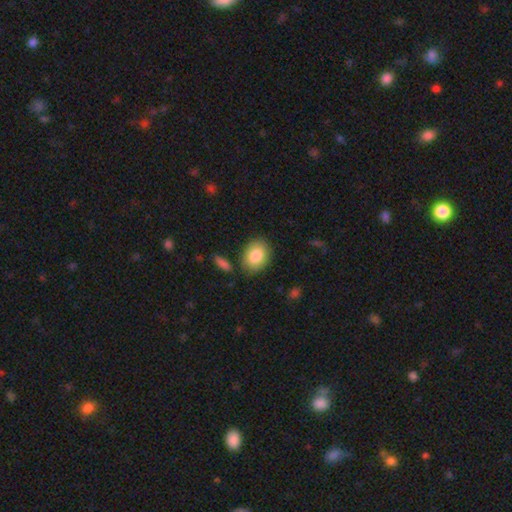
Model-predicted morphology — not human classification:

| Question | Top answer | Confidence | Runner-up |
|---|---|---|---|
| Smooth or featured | smooth | 84% | featured or disk (9%) |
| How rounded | in between | 73% | round (26%) |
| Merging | none | 83% | minor disturbance (11%) |